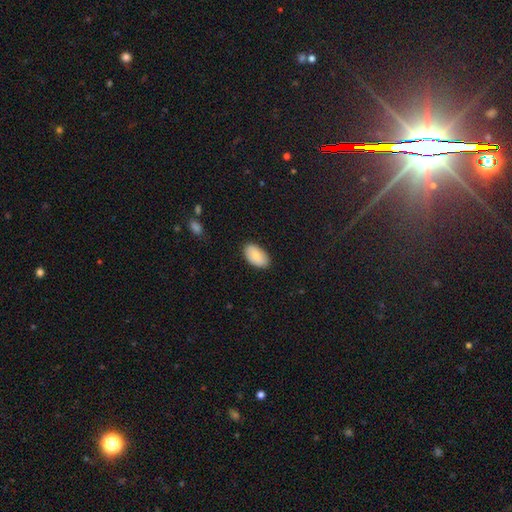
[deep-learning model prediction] Smooth or featured? Predicted: smooth (p=0.84). How rounded? Predicted: in between (p=0.95). Merging? Predicted: none (p=0.85).